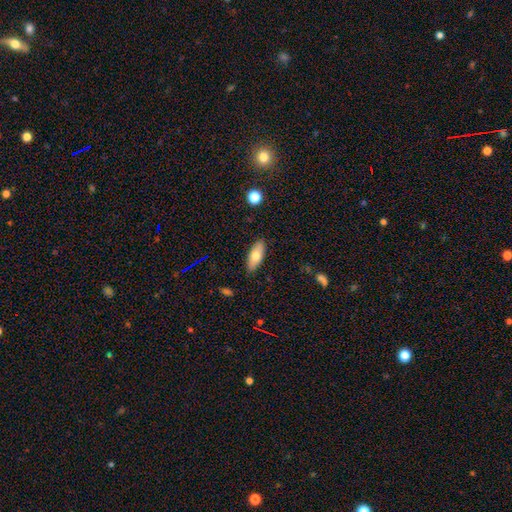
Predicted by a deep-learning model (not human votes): Smooth or featured? smooth (70%)
How rounded? in between (75%)
Merging? none (88%)